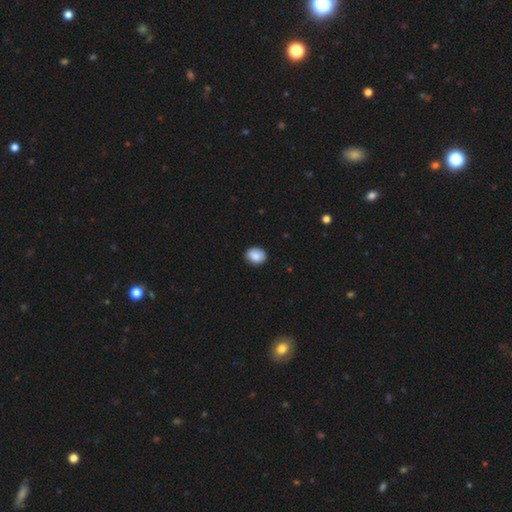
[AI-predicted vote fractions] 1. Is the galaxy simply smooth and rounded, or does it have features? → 88% smooth, 8% star or artifact, 5% featured or disk.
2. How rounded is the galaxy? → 50% in between (tied), 50% round (tied), 1% cigar-shaped.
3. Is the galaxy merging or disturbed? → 88% none, 9% minor disturbance, 2% major disturbance, 1% merger.